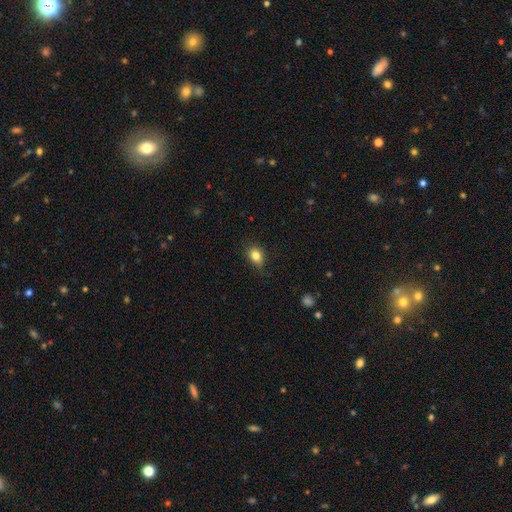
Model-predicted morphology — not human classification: Smooth or featured: smooth — 83% (star or artifact — 10%)
How rounded: in between — 59% (round — 39%)
Merging: none — 73% (minor disturbance — 22%)